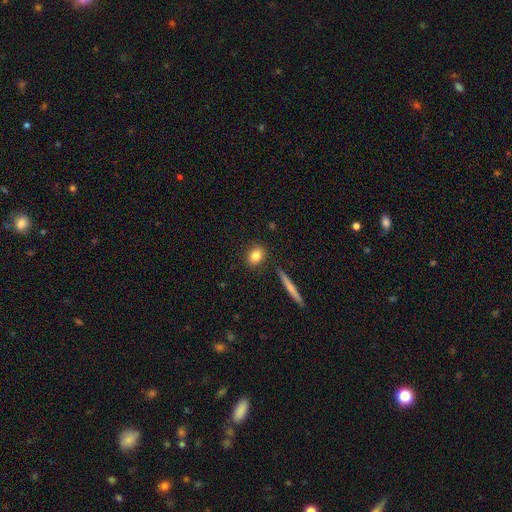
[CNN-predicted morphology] This is clearly a smooth galaxy (81%). How rounded: possibly in between (52%). Merging: clearly none (87%).